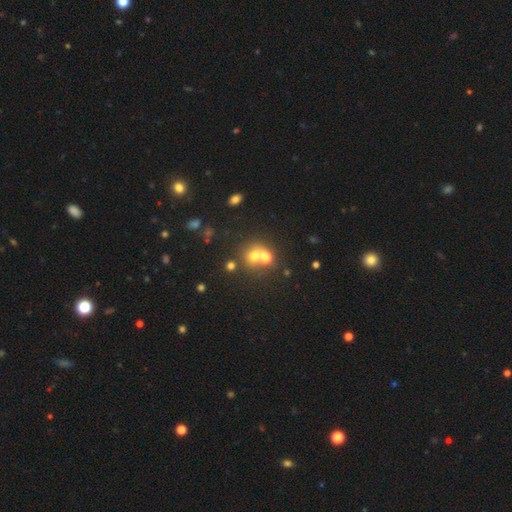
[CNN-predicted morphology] A smooth galaxy with no disk features (62%) that is round (76%).

Vote fractions:
- Smooth or featured? smooth: 62% / featured or disk: 20% / star or artifact: 18%
- How rounded? round: 76% / in between: 23% / cigar-shaped: 1%
- Merging? merger: 50% / none: 39% / minor disturbance: 7% / major disturbance: 4%